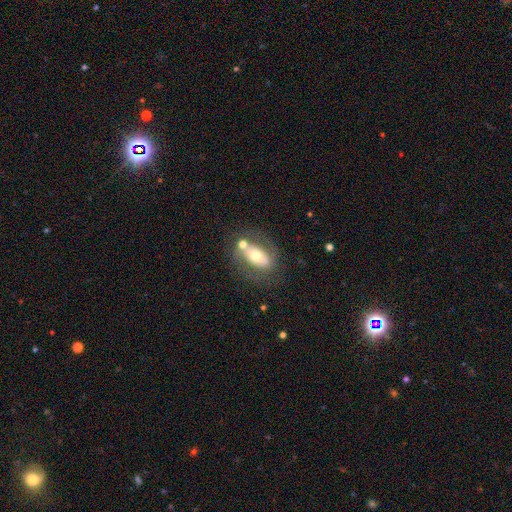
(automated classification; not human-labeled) Smooth or featured? Predicted: featured or disk (p=0.49). Merging? Predicted: none (p=0.56).